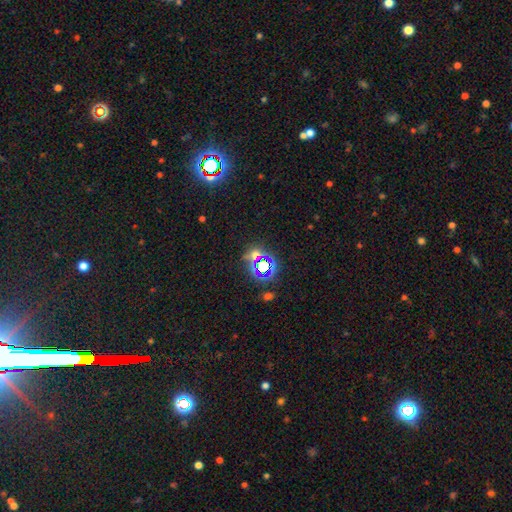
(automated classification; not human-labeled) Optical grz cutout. It shows a star or artifact, not a galaxy (67%).